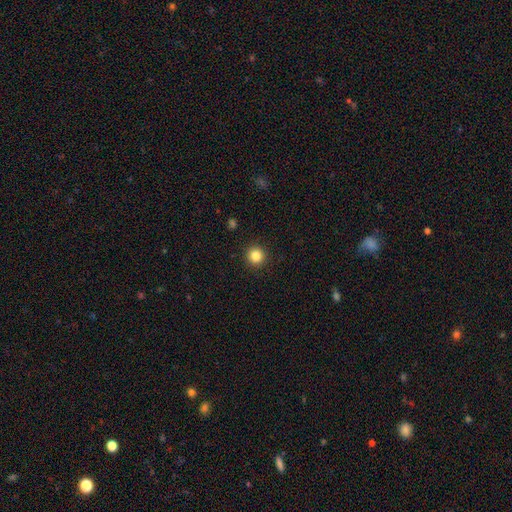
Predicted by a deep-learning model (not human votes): A smooth galaxy with no disk features (84%) that is round (95%). Merging: none (92%).